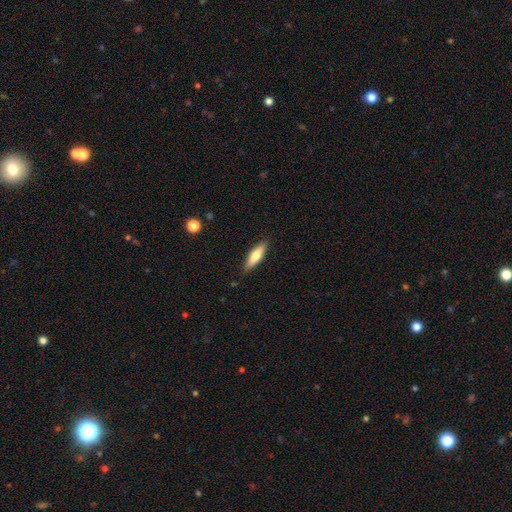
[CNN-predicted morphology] Smooth or featured?
  - smooth: 69% *
  - featured or disk: 25%
  - star or artifact: 6%
How rounded?
  - cigar-shaped: 57% *
  - in between: 41%
  - round: 2%
Merging?
  - none: 86% *
  - minor disturbance: 11%
  - major disturbance: 2%
  - merger: 1%